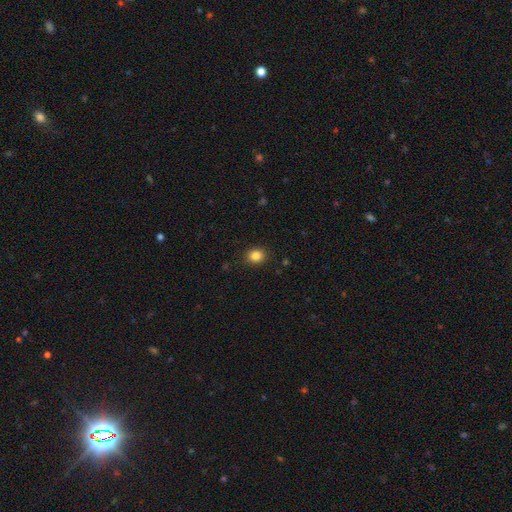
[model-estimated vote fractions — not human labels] smooth-or-featured: smooth: 84% | star or artifact: 11% | featured or disk: 5%
  how-rounded: round: 72% | in between: 28% | cigar-shaped: 1%
  merging: none: 89% | minor disturbance: 8% | major disturbance: 2% | merger: 1%